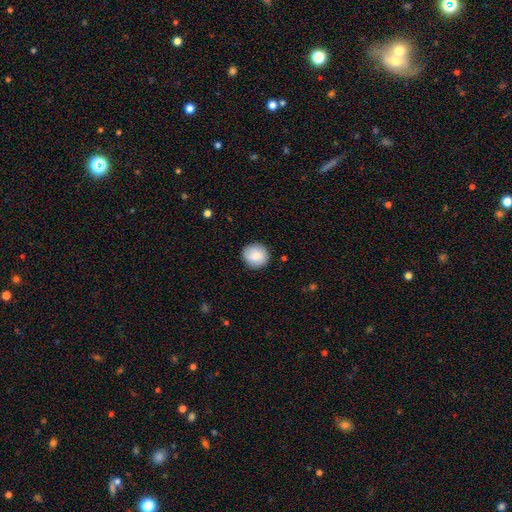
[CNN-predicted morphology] Smooth or featured? smooth (87%)
How rounded? round (90%)
Merging? none (89%)